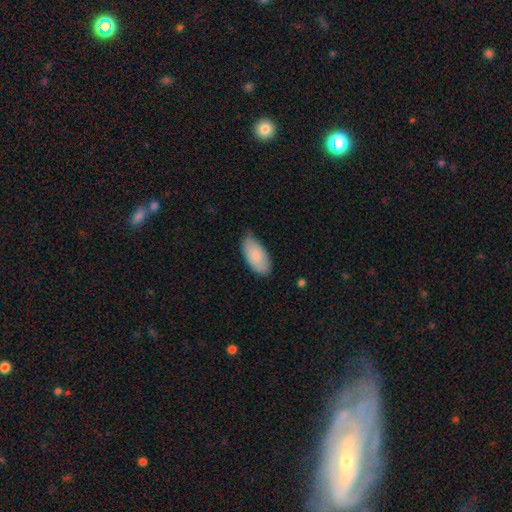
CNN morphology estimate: This is clearly a smooth galaxy (83%). How rounded: clearly in between (94%). Merging: likely none (72%).